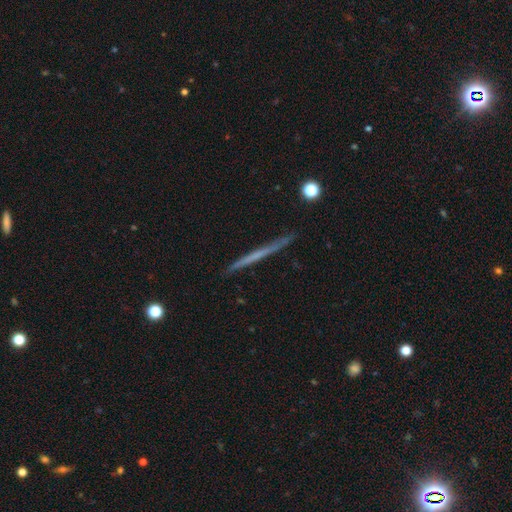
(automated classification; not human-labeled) smooth_or_featured: featured or disk (p=0.53) [alt: smooth p=0.41]
disk_edge_on: yes (p=0.97) [alt: no p=0.03]
edge_on_bulge: none (p=0.92) [alt: rounded p=0.05]
merging: none (p=0.90) [alt: minor disturbance p=0.08]